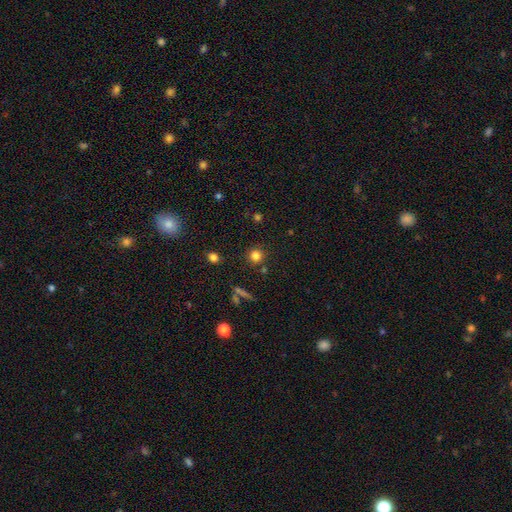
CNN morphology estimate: smooth 78%, star or artifact 15%, featured or disk 6%. Down the decision tree: how rounded — round (92%); merging — none (85%).